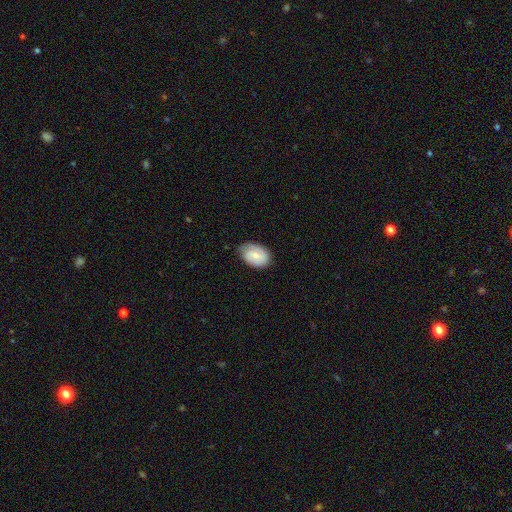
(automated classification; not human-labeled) Overall: smooth (63%; featured or disk 30%). How rounded: in between (82%). Merging: none (67%).